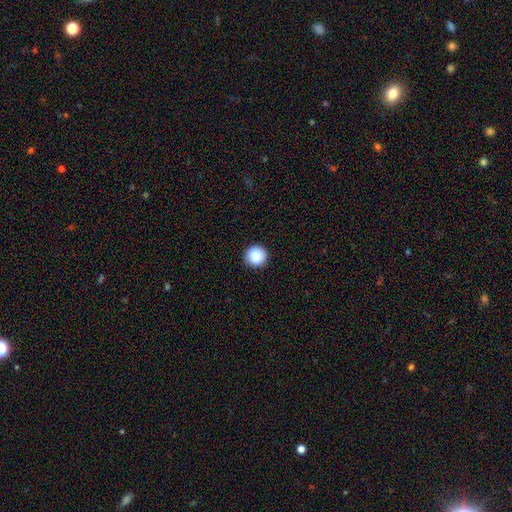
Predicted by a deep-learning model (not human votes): Q: Smooth or featured?
A: smooth (88%); runner-up: star or artifact (9%)
Q: How rounded?
A: round (95%); runner-up: in between (4%)
Q: Merging?
A: none (91%); runner-up: minor disturbance (6%)